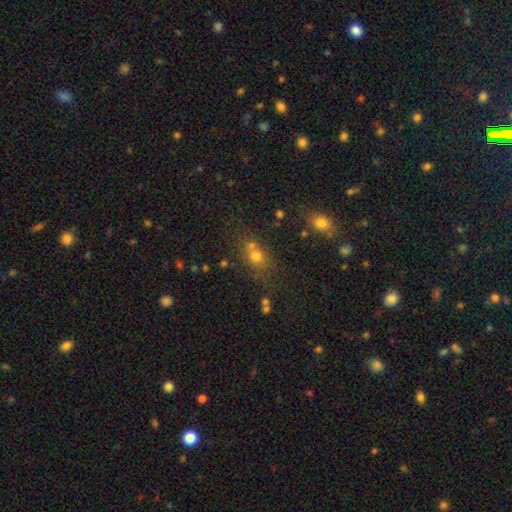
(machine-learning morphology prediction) smooth 61%, star or artifact 26%, featured or disk 13%. Down the decision tree: how rounded — round (61%); merging — none (54%).